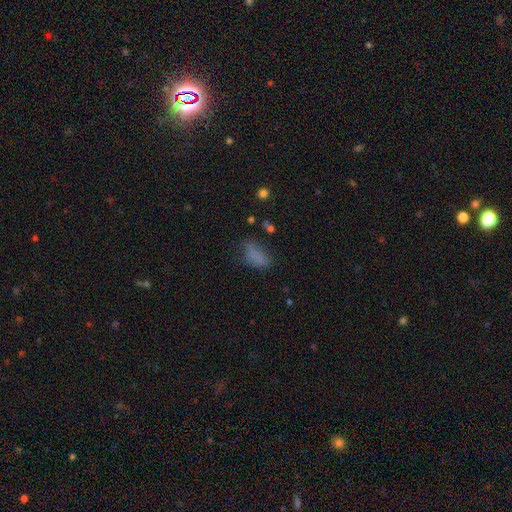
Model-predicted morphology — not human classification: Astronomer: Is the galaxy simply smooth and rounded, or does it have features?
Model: smooth — 72%.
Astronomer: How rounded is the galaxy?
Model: in between — 84%.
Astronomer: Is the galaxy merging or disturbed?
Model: none — 47% (runner-up: minor disturbance, 29%).